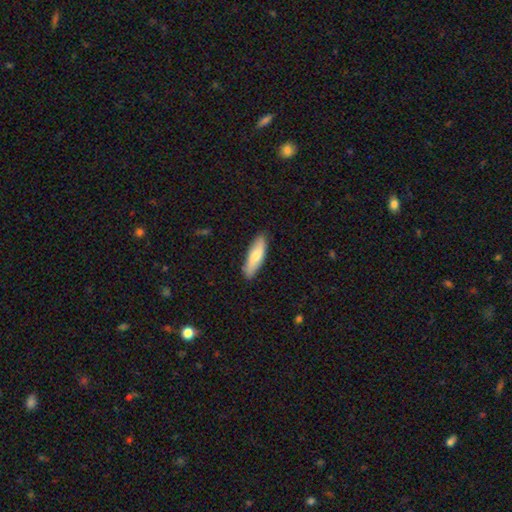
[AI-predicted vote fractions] smooth_or_featured: smooth (p=0.72) [alt: featured or disk p=0.23]
how_rounded: cigar-shaped (p=0.58) [alt: in between p=0.40]
merging: none (p=0.86) [alt: minor disturbance p=0.11]